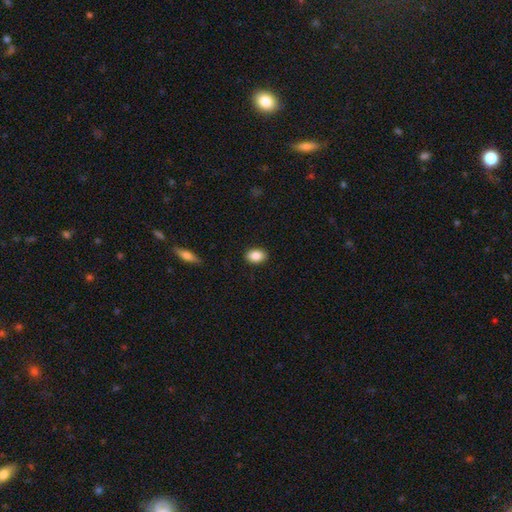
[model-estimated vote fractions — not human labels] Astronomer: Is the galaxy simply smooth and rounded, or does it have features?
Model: smooth — 88%.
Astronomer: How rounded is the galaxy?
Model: in between — 81%.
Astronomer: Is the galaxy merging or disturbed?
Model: none — 89%.